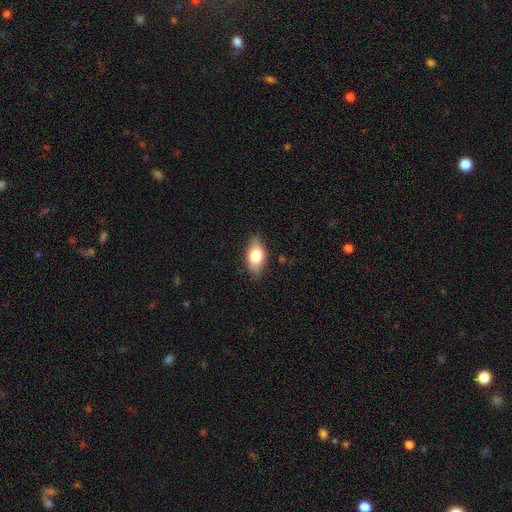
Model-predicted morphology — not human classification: A smooth galaxy with no disk features (74%) that is in between round and cigar-shaped (89%).

Vote fractions:
- Smooth or featured? smooth: 74% / featured or disk: 19% / star or artifact: 7%
- How rounded? in between: 89% / round: 6% / cigar-shaped: 6%
- Merging? none: 81% / minor disturbance: 15% / major disturbance: 3% / merger: 1%